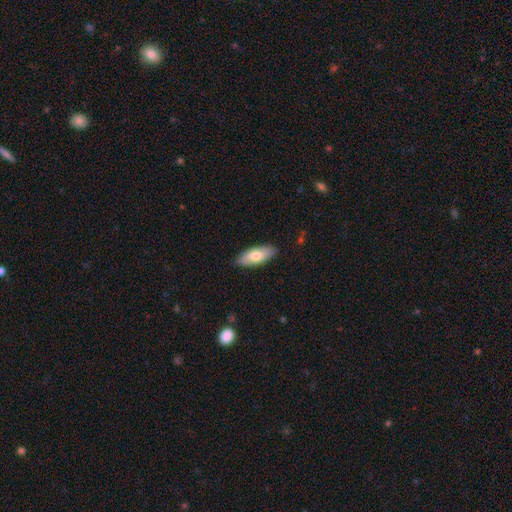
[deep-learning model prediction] Q: Smooth or featured?
A: smooth (73%); runner-up: featured or disk (21%)
Q: How rounded?
A: in between (81%); runner-up: cigar-shaped (17%)
Q: Merging?
A: none (85%); runner-up: minor disturbance (12%)